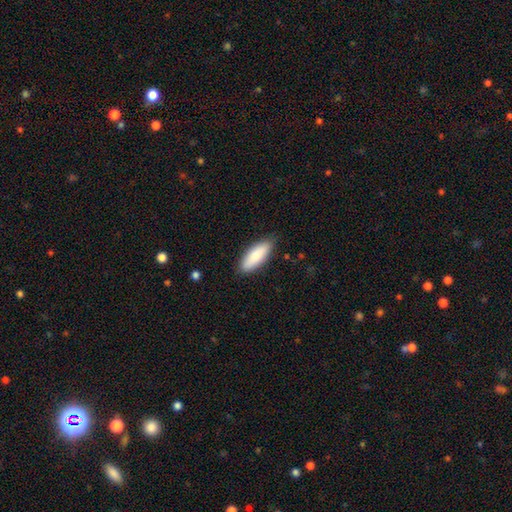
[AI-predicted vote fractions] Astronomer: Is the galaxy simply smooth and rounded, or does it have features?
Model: smooth — 84%.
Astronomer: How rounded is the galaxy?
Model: in between — 68%.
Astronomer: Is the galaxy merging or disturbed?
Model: none — 83%.